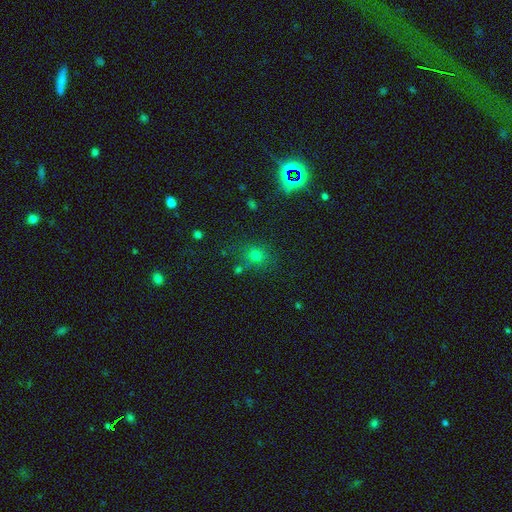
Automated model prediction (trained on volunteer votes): Smooth or featured? Predicted: smooth (p=0.66). How rounded? Predicted: round (p=0.80). Merging? Predicted: none (p=0.75).